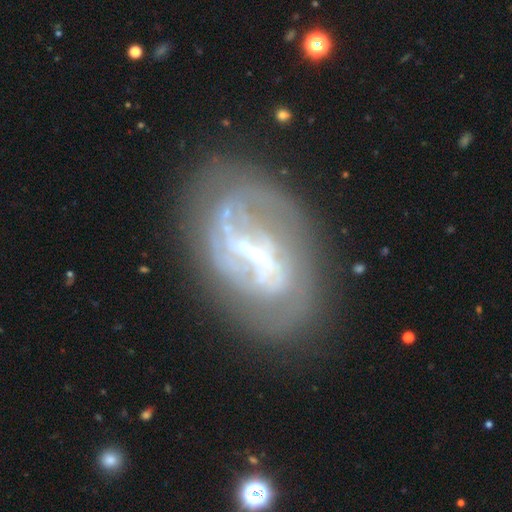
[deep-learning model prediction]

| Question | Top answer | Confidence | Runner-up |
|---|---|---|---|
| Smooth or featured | featured or disk | 78% | smooth (13%) |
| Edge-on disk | no | 94% | yes (6%) |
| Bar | strong | 57% | weak (29%) |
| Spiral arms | yes | 68% | no (32%) |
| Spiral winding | tight | 42% | medium (34%) |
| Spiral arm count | can't tell | 39% | 2 (38%) |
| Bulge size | small | 36% | none (29%) |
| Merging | none | 58% | minor disturbance (20%) |